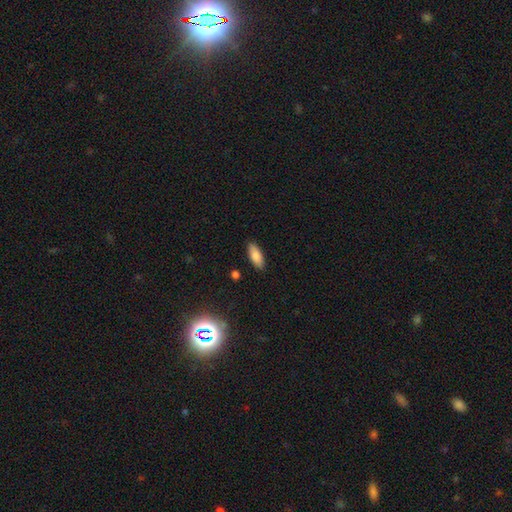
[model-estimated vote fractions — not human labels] smooth_or_featured: smooth (p=0.85) [alt: featured or disk p=0.08]
how_rounded: in between (p=0.77) [alt: cigar-shaped p=0.21]
merging: none (p=0.88) [alt: minor disturbance p=0.09]